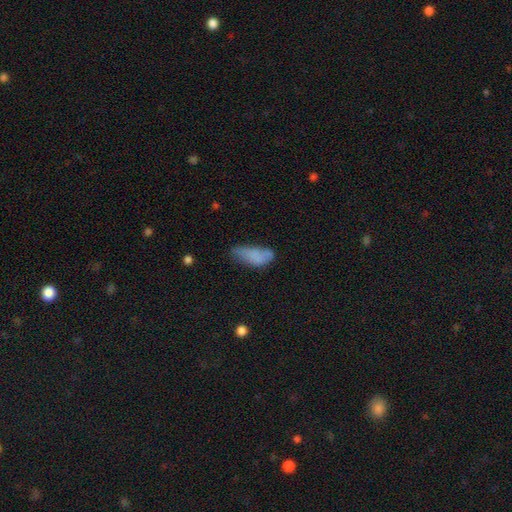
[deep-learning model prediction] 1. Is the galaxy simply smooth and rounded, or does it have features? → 73% smooth, 17% featured or disk, 10% star or artifact.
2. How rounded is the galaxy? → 80% in between, 17% cigar-shaped, 3% round.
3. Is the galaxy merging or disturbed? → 37% minor disturbance, 36% none, 21% major disturbance, 7% merger.